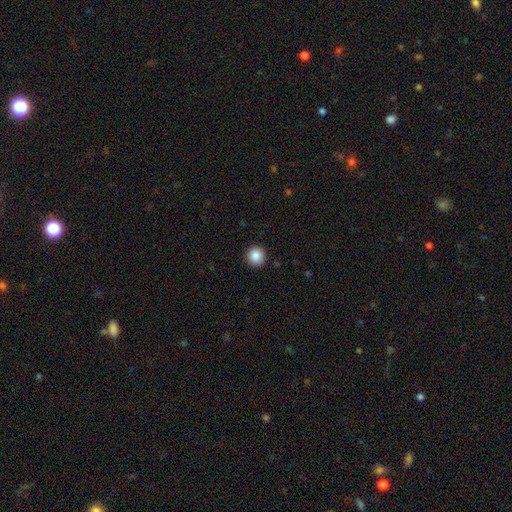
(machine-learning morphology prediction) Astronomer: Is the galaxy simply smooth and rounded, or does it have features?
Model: smooth — 87%.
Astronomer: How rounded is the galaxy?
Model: round — 94%.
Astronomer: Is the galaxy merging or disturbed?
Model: none — 92%.